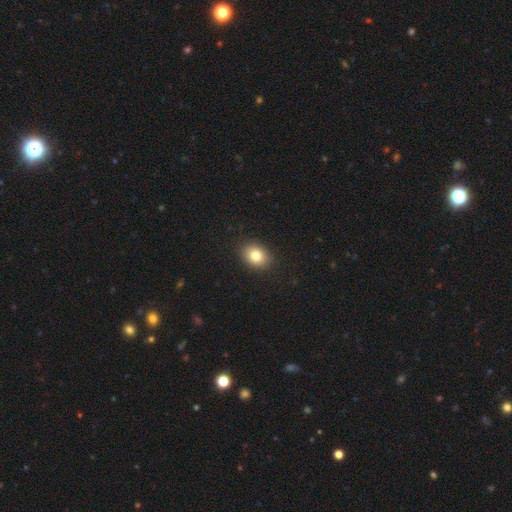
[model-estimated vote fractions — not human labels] Overall: smooth (82%). How rounded: in between (61%; round 38%). Merging: none (90%).